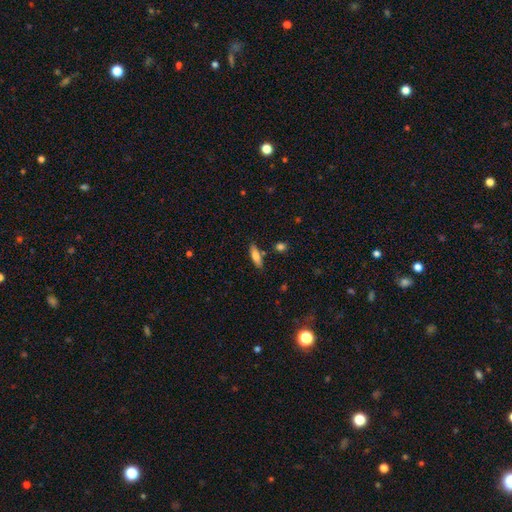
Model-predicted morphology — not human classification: Overall: smooth (78%). How rounded: in between (50%; cigar-shaped 48%). Merging: none (81%).